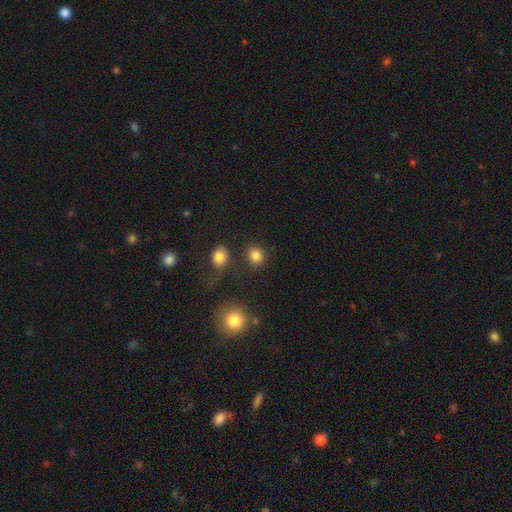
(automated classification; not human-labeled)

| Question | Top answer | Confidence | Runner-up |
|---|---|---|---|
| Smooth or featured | smooth | 84% | star or artifact (11%) |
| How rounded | round | 79% | in between (20%) |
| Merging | none | 84% | minor disturbance (8%) |